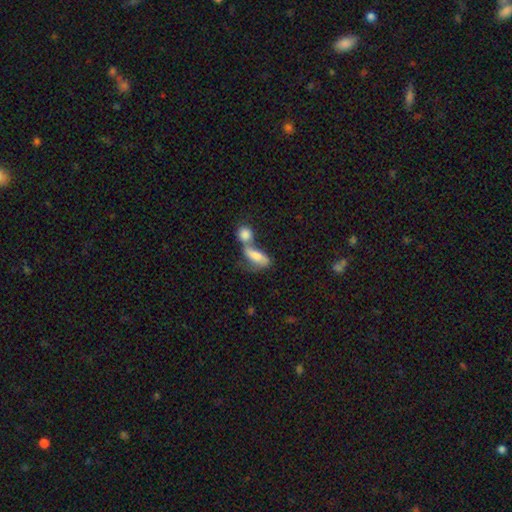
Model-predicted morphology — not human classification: Smooth or featured: smooth — 69% (featured or disk — 23%)
How rounded: in between — 73% (cigar-shaped — 20%)
Merging: merger — 66% (none — 18%)